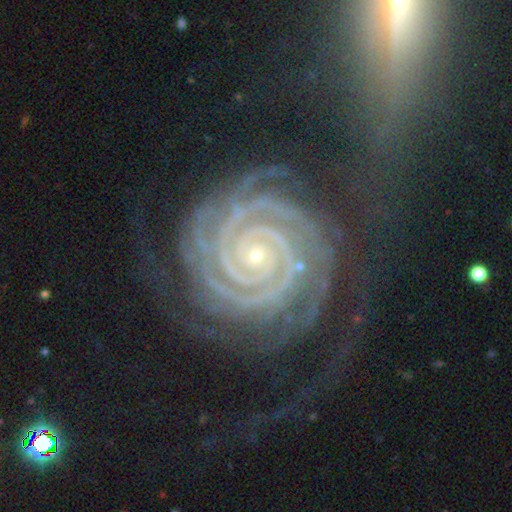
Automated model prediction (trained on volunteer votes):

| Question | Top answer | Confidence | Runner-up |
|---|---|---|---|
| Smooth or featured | featured or disk | 92% | star or artifact (6%) |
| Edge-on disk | no | 98% | yes (2%) |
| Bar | no | 66% | weak (18%) |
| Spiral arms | yes | 99% | no (1%) |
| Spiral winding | tight | 91% | medium (7%) |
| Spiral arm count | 2 | 37% | 3 (16%) |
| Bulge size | small | 81% | moderate (16%) |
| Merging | none | 68% | minor disturbance (16%) |